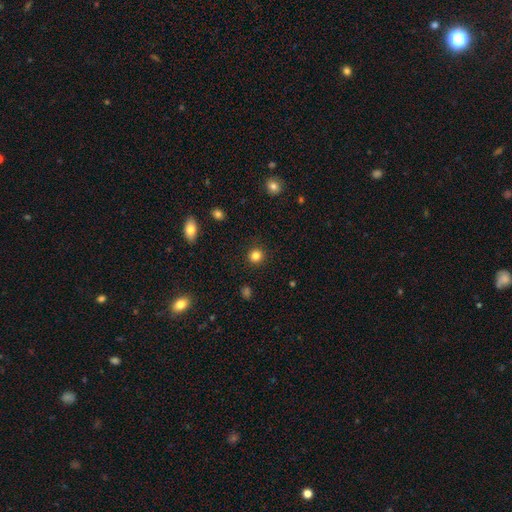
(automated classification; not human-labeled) Q: Smooth or featured?
A: smooth (84%); runner-up: star or artifact (12%)
Q: How rounded?
A: round (93%); runner-up: in between (6%)
Q: Merging?
A: none (91%); runner-up: minor disturbance (5%)